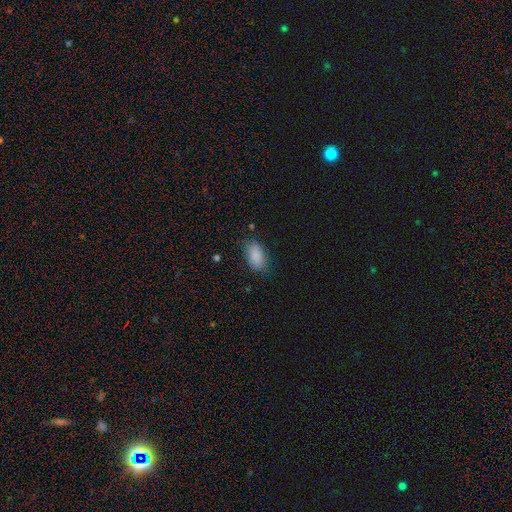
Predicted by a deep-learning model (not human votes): Smooth or featured? smooth (86%)
How rounded? in between (91%)
Merging? none (72%)